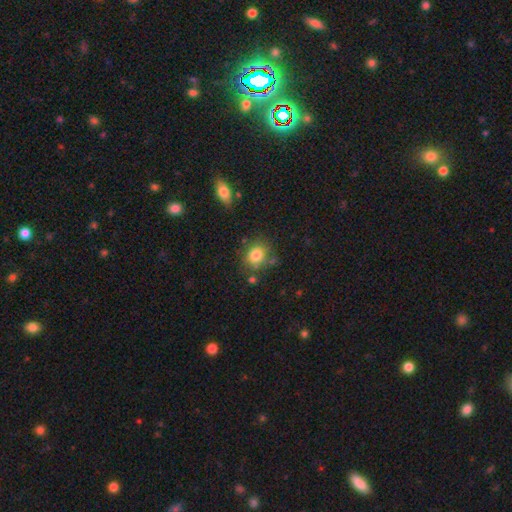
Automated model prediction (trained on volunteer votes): This is clearly a smooth galaxy (81%). How rounded: likely round (66%). Merging: likely none (72%).